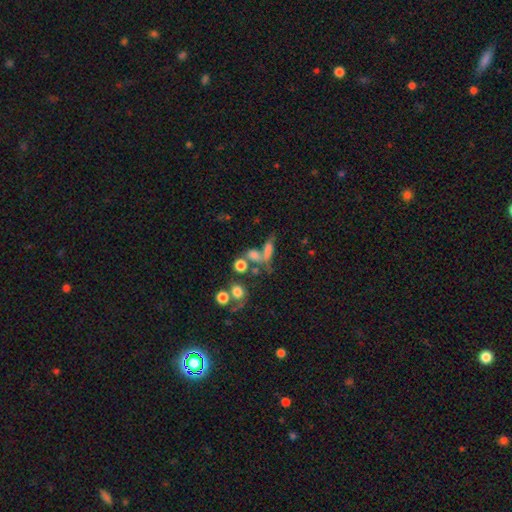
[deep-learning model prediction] Q: Smooth or featured?
A: smooth (65%); runner-up: featured or disk (18%)
Q: How rounded?
A: in between (47%); runner-up: round (34%)
Q: Merging?
A: merger (40%); runner-up: none (34%)